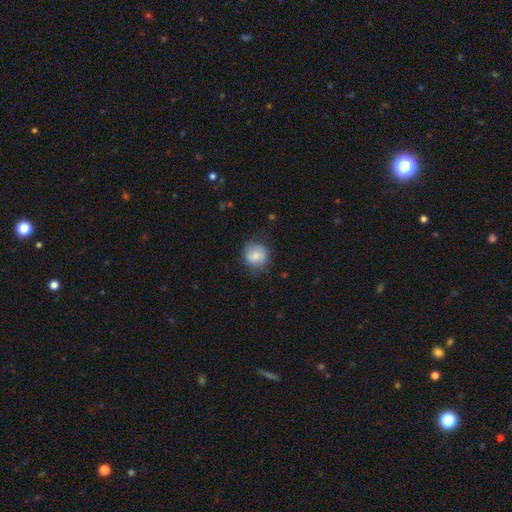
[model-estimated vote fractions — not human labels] Smooth or featured? Predicted: smooth (p=0.78). How rounded? Predicted: round (p=0.84). Merging? Predicted: none (p=0.75).